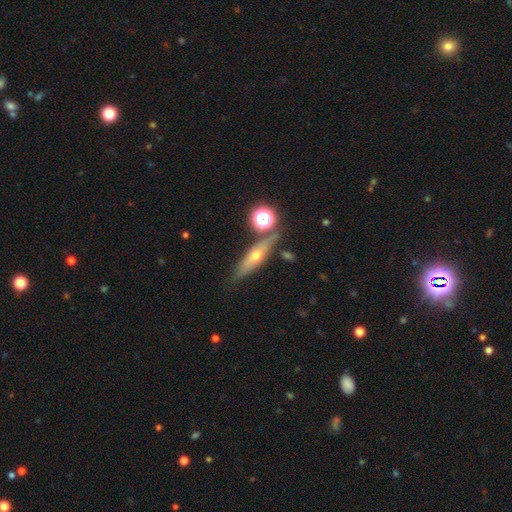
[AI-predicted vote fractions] smooth-or-featured: featured or disk: 51% | smooth: 38% | star or artifact: 11%
  disk-edge-on: yes: 76% | no: 24%
  merging: none: 74% | minor disturbance: 14% | merger: 8% | major disturbance: 4%